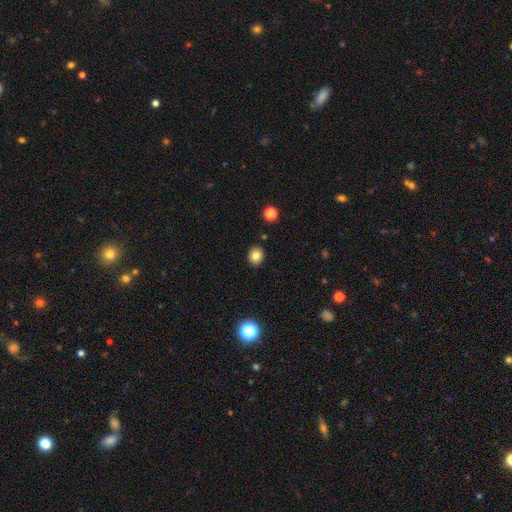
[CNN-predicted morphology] This appears to be a smooth galaxy with no disk features (81%) that is round (77%). Merging: none (90%).